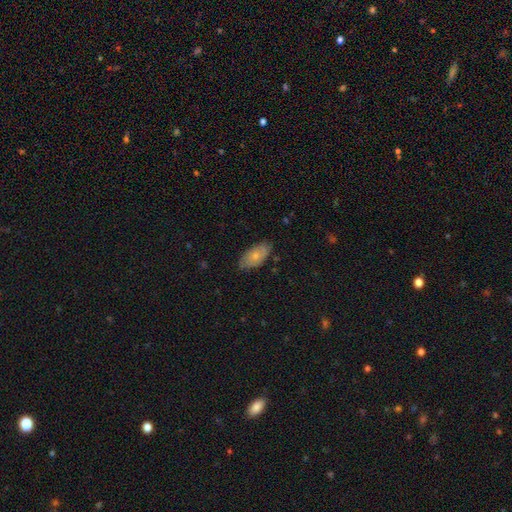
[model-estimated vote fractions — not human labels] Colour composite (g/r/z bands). It shows a smooth galaxy with no disk features (67%) that is in between round and cigar-shaped (93%). Merging: none (76%).